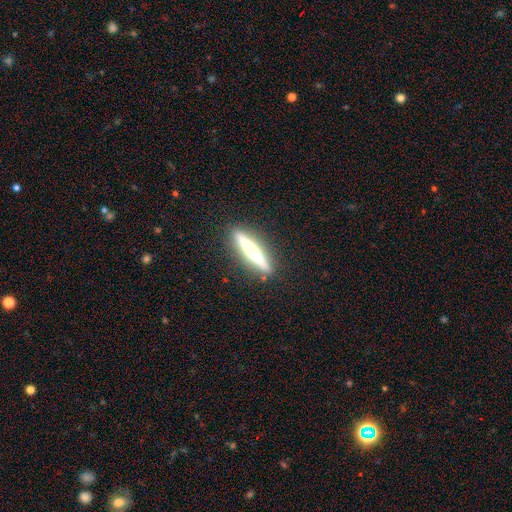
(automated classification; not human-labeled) Smooth or featured? featured or disk (58%)
Edge-on disk? yes (95%)
Edge-on bulge? none (54%)
Merging? none (90%)